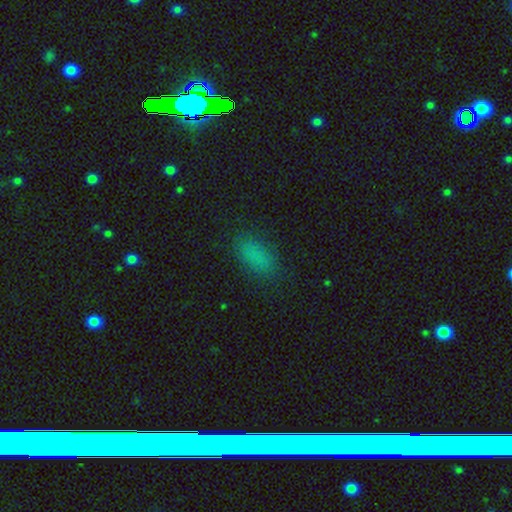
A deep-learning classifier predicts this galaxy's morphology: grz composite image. It shows a smooth galaxy with no disk features (81%) that is in between round and cigar-shaped (83%). Merging: none (83%).